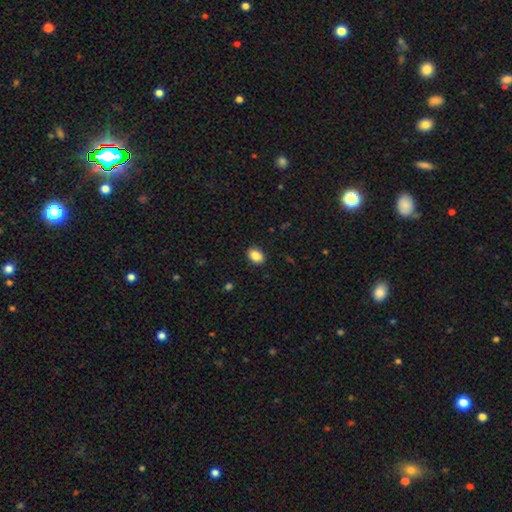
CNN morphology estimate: Q: Smooth or featured?
A: smooth (87%); runner-up: star or artifact (8%)
Q: How rounded?
A: in between (76%); runner-up: round (22%)
Q: Merging?
A: none (90%); runner-up: minor disturbance (7%)